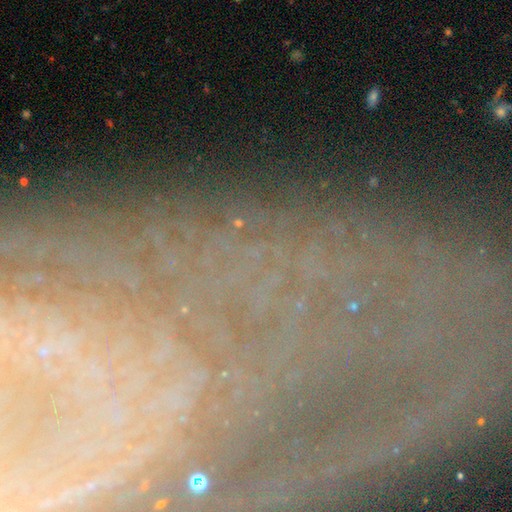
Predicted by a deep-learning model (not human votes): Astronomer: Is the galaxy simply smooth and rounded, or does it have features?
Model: star or artifact — 50% (runner-up: featured or disk, 34%).